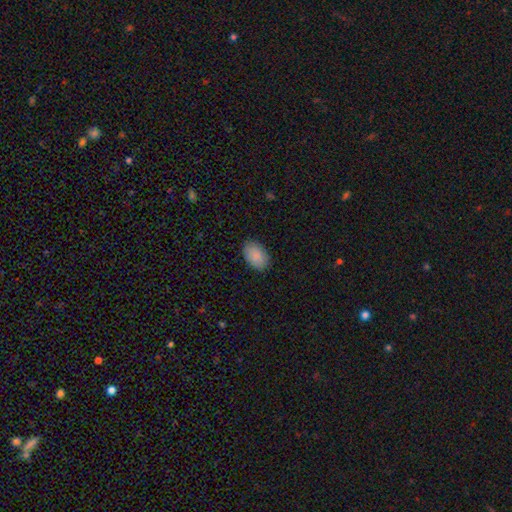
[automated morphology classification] smooth_or_featured: smooth (p=0.88) [alt: star or artifact p=0.07]
how_rounded: in between (p=0.89) [alt: round p=0.09]
merging: none (p=0.87) [alt: minor disturbance p=0.10]